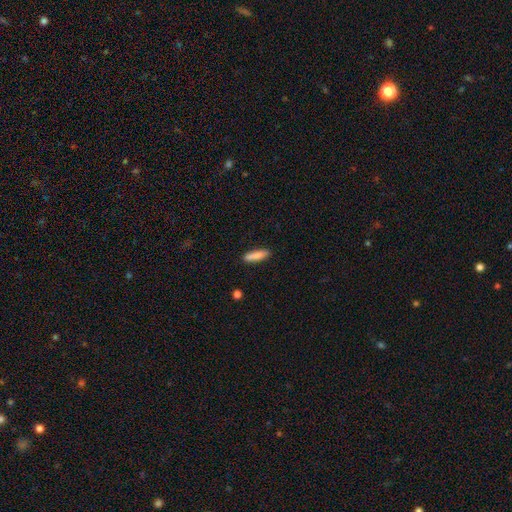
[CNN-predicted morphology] Overall: smooth (86%). How rounded: cigar-shaped (72%). Merging: none (87%).